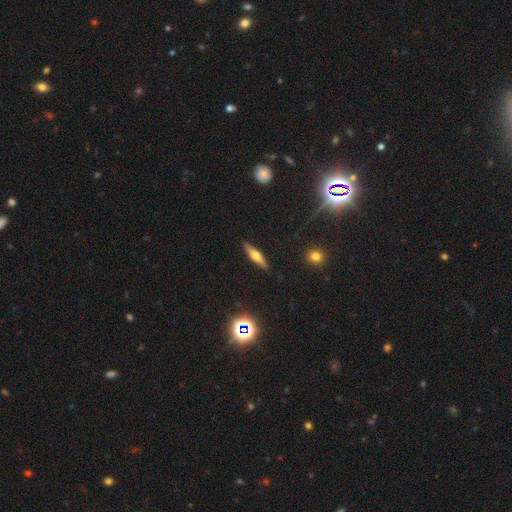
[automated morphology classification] A featured or disk galaxy (59%) viewed edge-on (95%) with a rounded central bulge (90%).

Vote fractions:
- Smooth or featured? featured or disk: 59% / smooth: 33% / star or artifact: 8%
- Edge-on disk? yes: 95% / no: 5%
- Edge-on bulge? rounded: 90% / boxy: 6% / none: 3%
- Merging? none: 90% / minor disturbance: 7% / major disturbance: 2% / merger: 1%